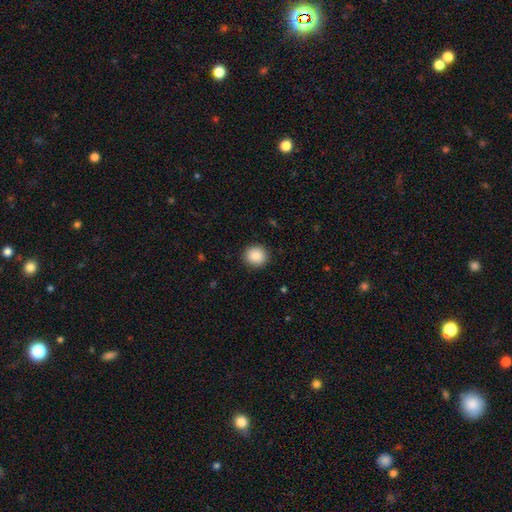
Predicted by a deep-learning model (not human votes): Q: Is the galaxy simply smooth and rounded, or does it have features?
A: smooth — 88%.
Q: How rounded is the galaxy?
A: round — 89%.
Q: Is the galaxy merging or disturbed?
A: none — 91%.